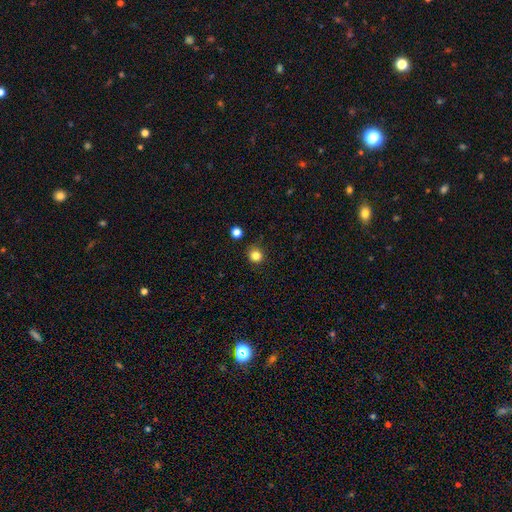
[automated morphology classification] A smooth galaxy with no disk features (83%) that is round (90%). Merging: none (87%).